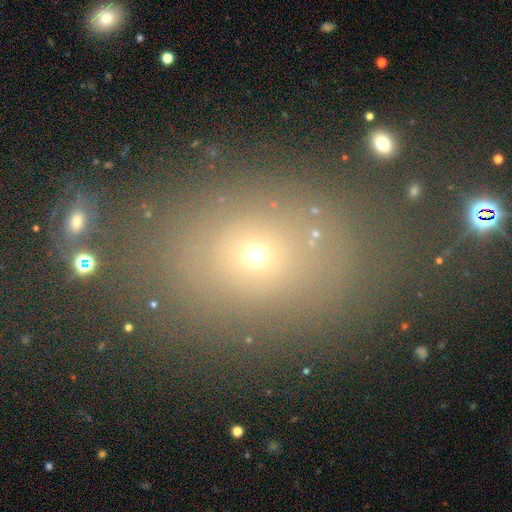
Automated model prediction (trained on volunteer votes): Smooth or featured? smooth (61%)
How rounded? in between (54%)
Merging? none (69%)